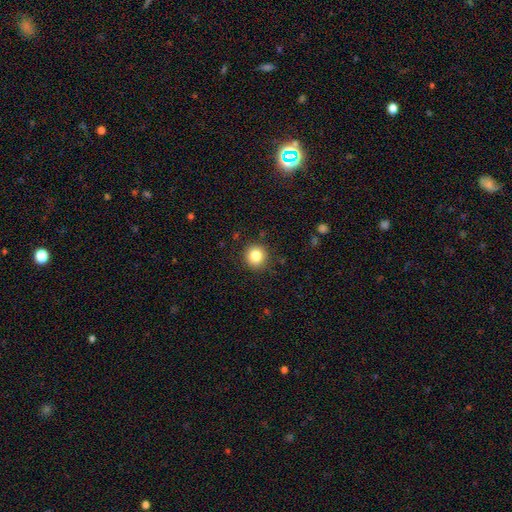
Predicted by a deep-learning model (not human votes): Smooth or featured? smooth (84%)
How rounded? round (93%)
Merging? none (89%)